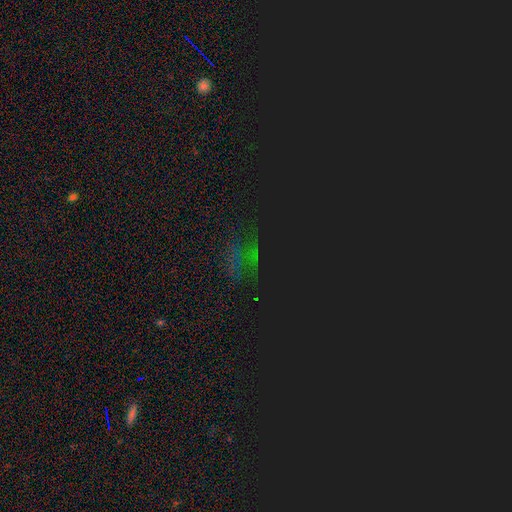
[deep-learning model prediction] This is likely a star or artifact rather than a galaxy (76%).